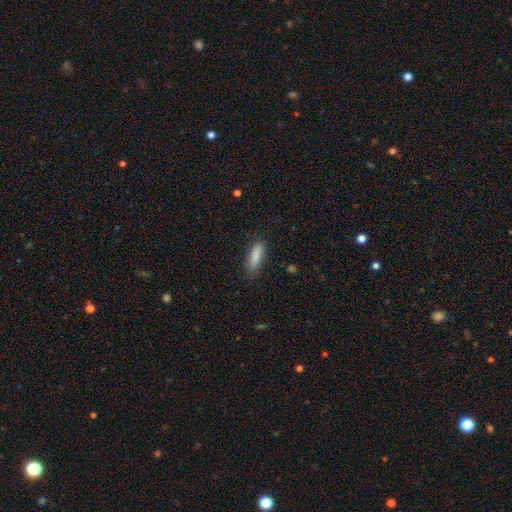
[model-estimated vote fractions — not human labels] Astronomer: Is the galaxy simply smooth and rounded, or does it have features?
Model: smooth — 87%.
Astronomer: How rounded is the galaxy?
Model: cigar-shaped — 51% (runner-up: in between, 47%).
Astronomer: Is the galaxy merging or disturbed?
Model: none — 82%.